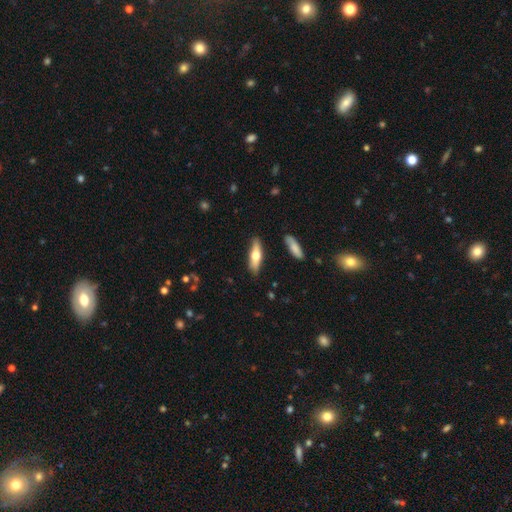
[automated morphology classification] A smooth galaxy with no disk features (54%) that is cigar-shaped (58%). Merging: none (84%).